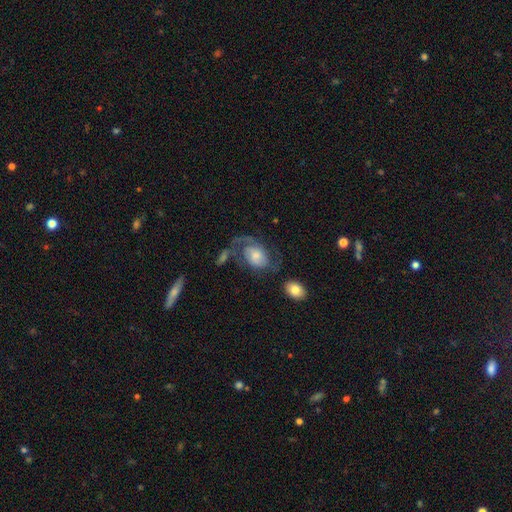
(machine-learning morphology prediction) Smooth or featured?
  - featured or disk: 71% *
  - smooth: 22%
  - star or artifact: 7%
Edge-on disk?
  - no: 97% *
  - yes: 3%
Bar?
  - no: 65% *
  - weak: 29%
  - strong: 6%
Spiral arms?
  - yes: 90% *
  - no: 10%
Spiral winding?
  - medium: 44% *
  - loose: 35%
  - tight: 21%
Spiral arm count?
  - 2: 63% *
  - 1: 22%
  - can't tell: 9%
  - 3: 3%
  - 4: 2%
  - more than 4: 2%
Bulge size?
  - moderate: 39% *
  - small: 36%
  - large: 15%
  - none: 7%
  - dominant: 3%
Merging?
  - major disturbance: 38% *
  - none: 33%
  - minor disturbance: 18%
  - merger: 10%